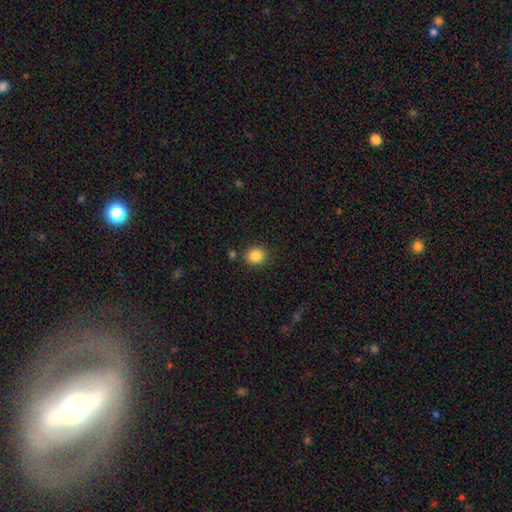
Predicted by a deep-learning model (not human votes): smooth_or_featured: smooth (p=0.86) [alt: star or artifact p=0.10]
how_rounded: round (p=0.75) [alt: in between p=0.24]
merging: none (p=0.84) [alt: minor disturbance p=0.09]